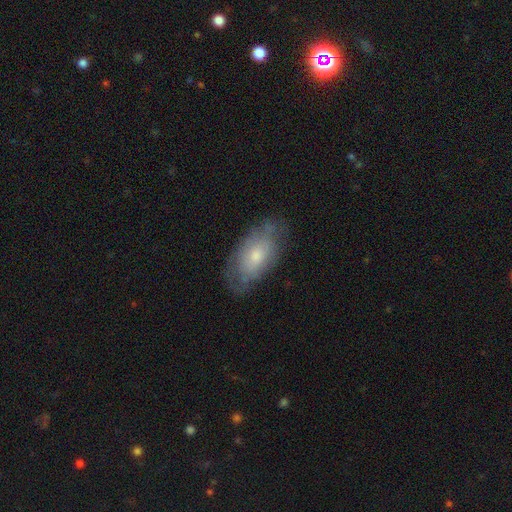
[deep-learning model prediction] A smooth galaxy with no disk features (51%) that is in between round and cigar-shaped (92%). Merging: none (67%).